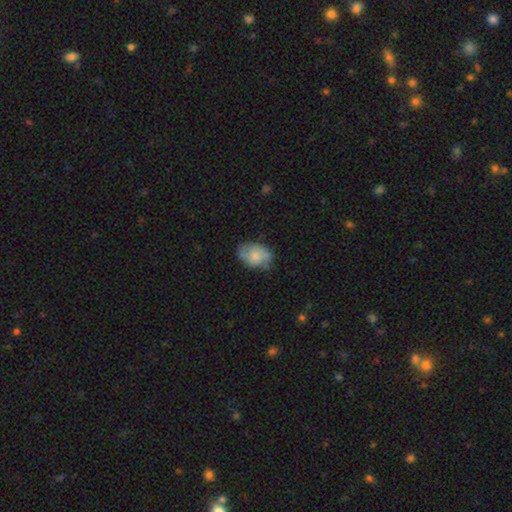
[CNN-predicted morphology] Overall: smooth (67%). How rounded: in between (81%). Merging: none (62%; minor disturbance 29%).